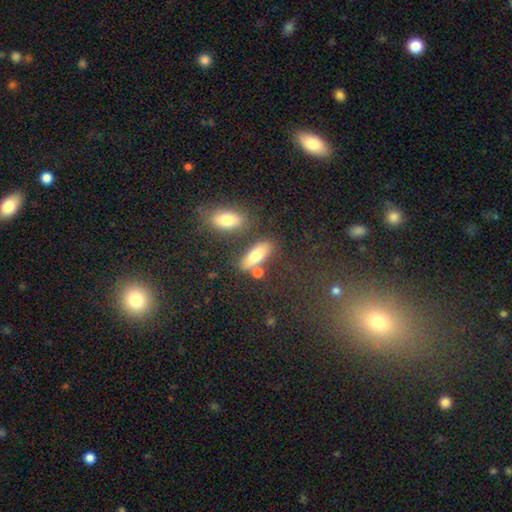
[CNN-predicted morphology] This is likely a smooth galaxy (69%). How rounded: likely in between (71%). Merging: likely none (67%).